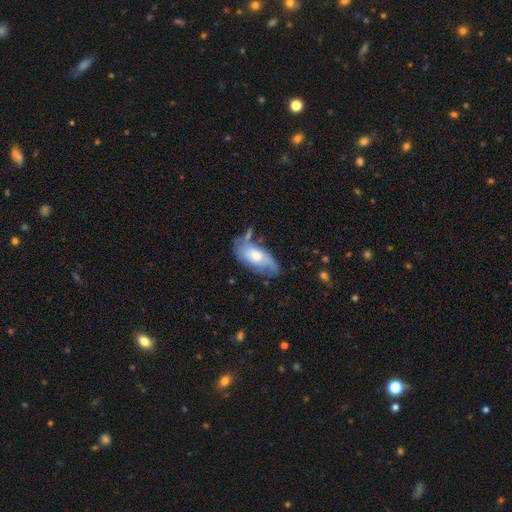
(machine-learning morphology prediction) Smooth or featured: smooth — 50% (featured or disk — 43%)
Merging: none — 49% (minor disturbance — 29%)